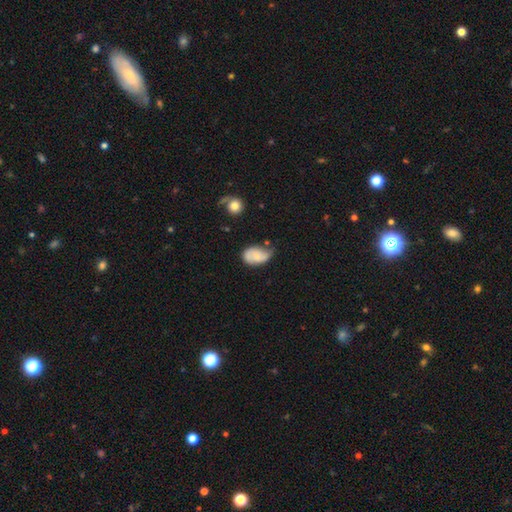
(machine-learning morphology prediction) Q: Smooth or featured?
A: smooth (59%); runner-up: featured or disk (33%)
Q: How rounded?
A: in between (87%); runner-up: round (12%)
Q: Merging?
A: none (43%); runner-up: minor disturbance (40%)